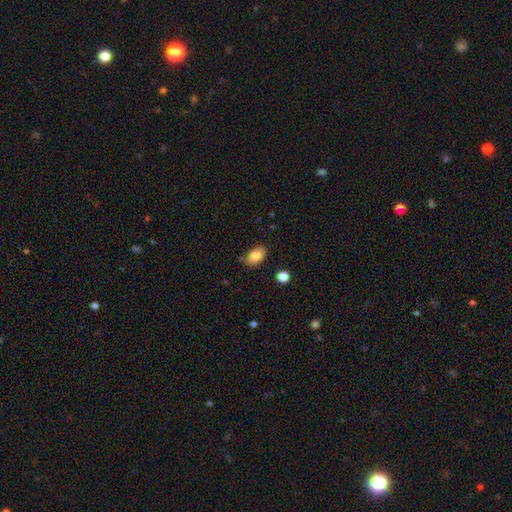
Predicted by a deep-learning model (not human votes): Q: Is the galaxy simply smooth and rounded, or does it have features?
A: smooth — 83%.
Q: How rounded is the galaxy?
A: in between — 89%.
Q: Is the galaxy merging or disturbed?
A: none — 79%.